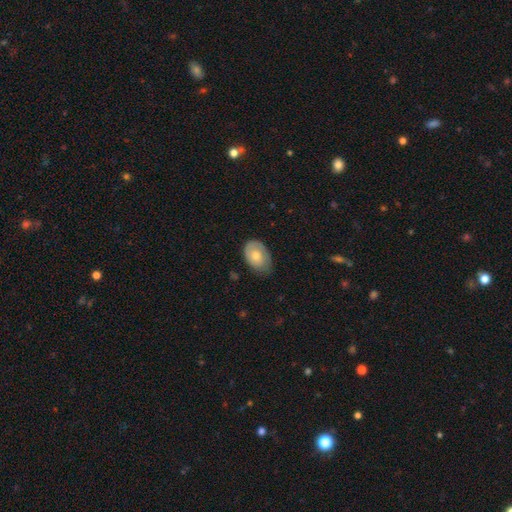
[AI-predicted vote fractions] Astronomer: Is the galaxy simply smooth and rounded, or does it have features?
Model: smooth — 64%.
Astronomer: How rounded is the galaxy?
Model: in between — 86%.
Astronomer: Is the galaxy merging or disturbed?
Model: none — 62%.